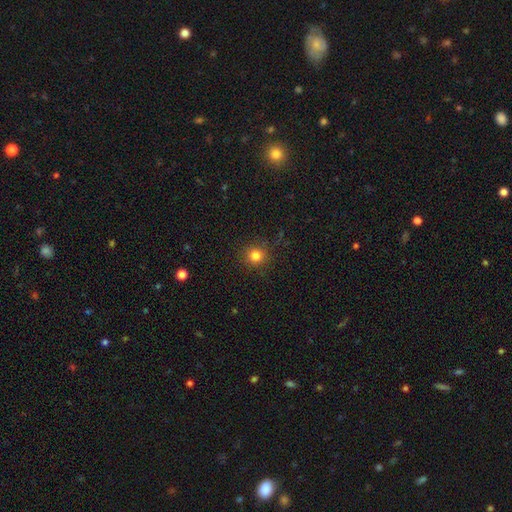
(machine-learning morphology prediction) Smooth or featured: smooth — 82% (star or artifact — 13%)
How rounded: round — 93% (in between — 6%)
Merging: none — 90% (minor disturbance — 7%)